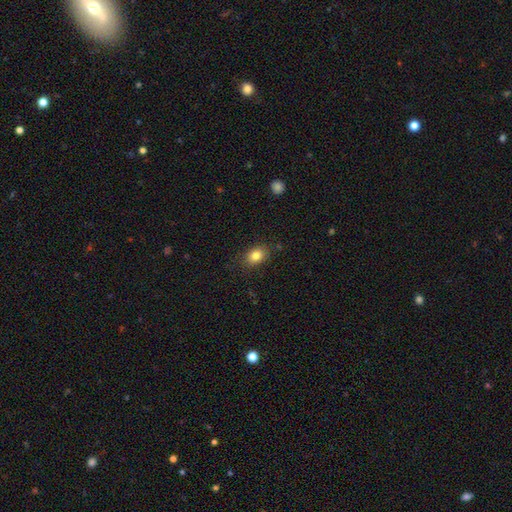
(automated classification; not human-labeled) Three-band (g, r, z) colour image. It shows a smooth galaxy with no disk features (83%) that is in between round and cigar-shaped (71%). Merging: none (84%).